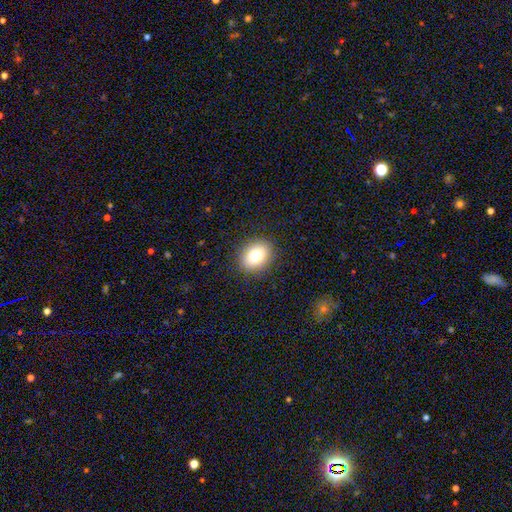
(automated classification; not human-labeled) This appears to be a smooth galaxy with no disk features (81%) that is in between round and cigar-shaped (57%). Merging: none (88%).